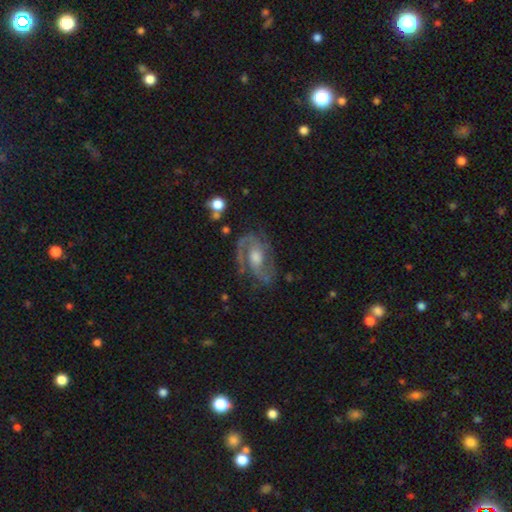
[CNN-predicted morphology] Q: Smooth or featured?
A: featured or disk (87%); runner-up: smooth (7%)
Q: Edge-on disk?
A: no (97%); runner-up: yes (3%)
Q: Bar?
A: no (51%); runner-up: weak (39%)
Q: Spiral arms?
A: yes (96%); runner-up: no (4%)
Q: Spiral winding?
A: medium (53%); runner-up: tight (33%)
Q: Spiral arm count?
A: 2 (81%); runner-up: can't tell (7%)
Q: Bulge size?
A: moderate (62%); runner-up: small (18%)
Q: Merging?
A: none (69%); runner-up: minor disturbance (18%)